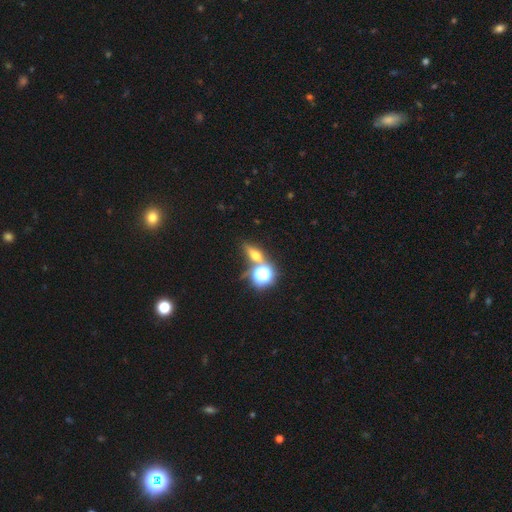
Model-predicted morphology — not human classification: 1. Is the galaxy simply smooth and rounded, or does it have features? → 45% smooth, 29% star or artifact, 25% featured or disk.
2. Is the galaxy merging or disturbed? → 69% none, 16% merger, 10% minor disturbance, 5% major disturbance.